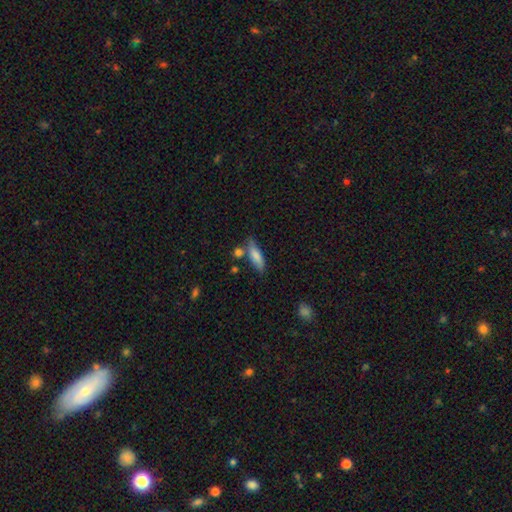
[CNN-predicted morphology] smooth_or_featured: smooth (p=0.77) [alt: featured or disk p=0.16]
how_rounded: cigar-shaped (p=0.53) [alt: in between p=0.44]
merging: none (p=0.67) [alt: minor disturbance p=0.18]